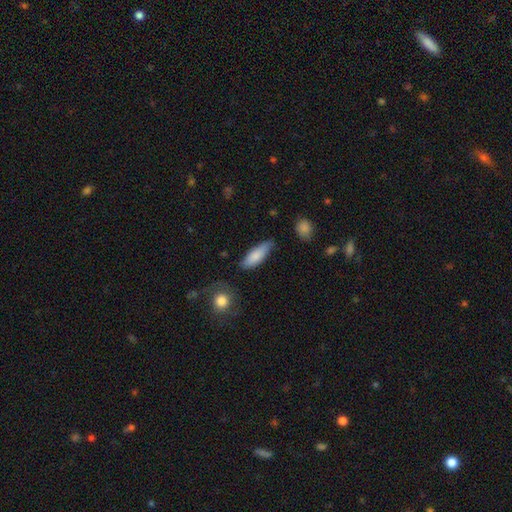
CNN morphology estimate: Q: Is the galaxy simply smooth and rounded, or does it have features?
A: smooth — 81%.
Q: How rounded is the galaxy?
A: in between — 61%.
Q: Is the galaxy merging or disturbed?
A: none — 69%.